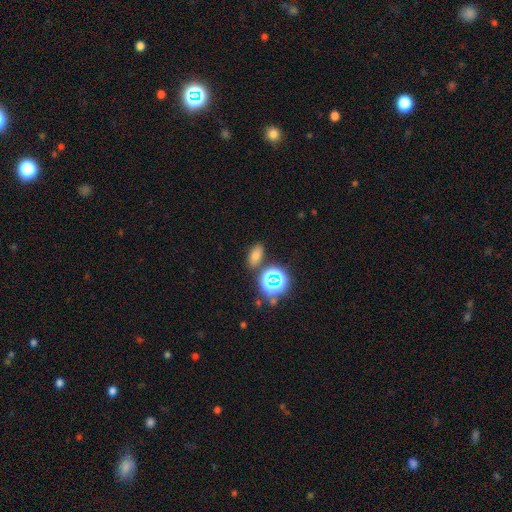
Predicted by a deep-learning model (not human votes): Smooth or featured: smooth — 67% (star or artifact — 25%)
How rounded: in between — 83% (round — 14%)
Merging: none — 81% (minor disturbance — 10%)